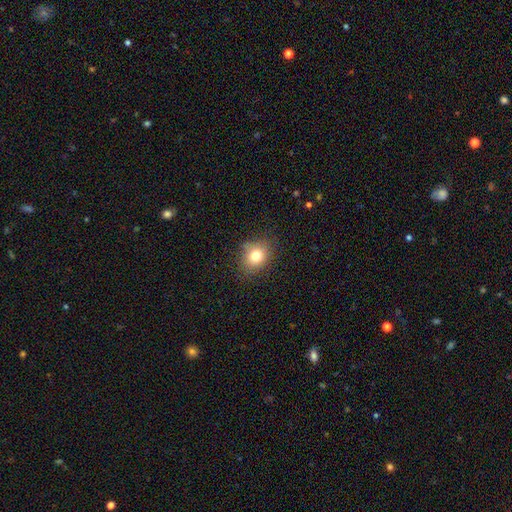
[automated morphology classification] smooth 78%, star or artifact 12%, featured or disk 10%. Down the decision tree: how rounded — round (55%); merging — none (80%).